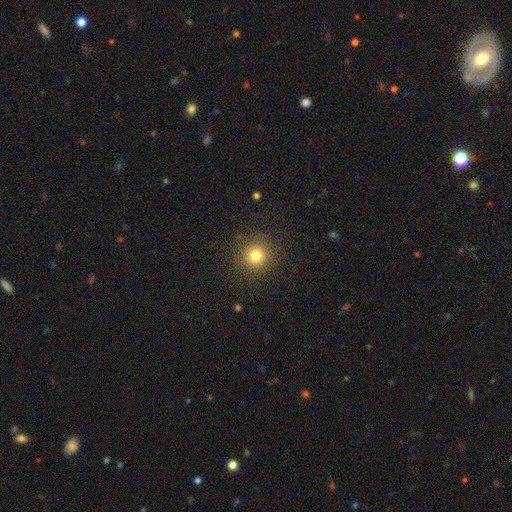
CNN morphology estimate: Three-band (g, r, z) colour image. It shows a smooth galaxy with no disk features (78%) that is round (94%). Merging: none (89%).